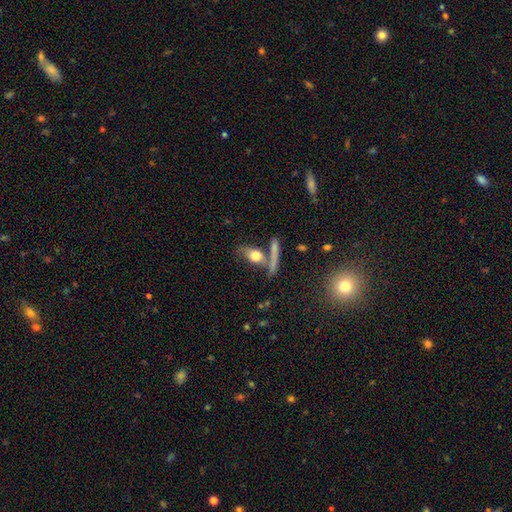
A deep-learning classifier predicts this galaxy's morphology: Smooth or featured? smooth (66%)
How rounded? in between (64%)
Merging? none (45%)